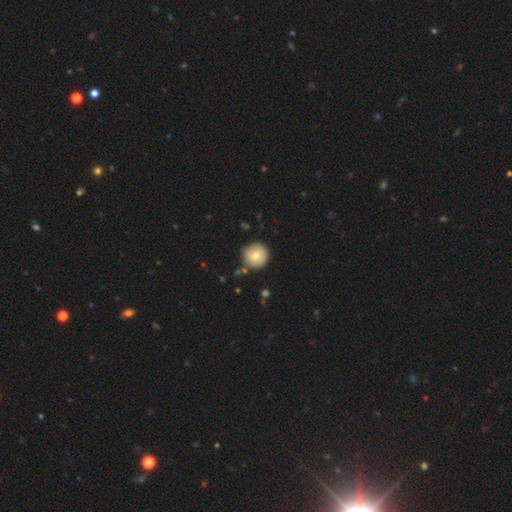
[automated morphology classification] Smooth or featured? Predicted: smooth (p=0.71). How rounded? Predicted: round (p=0.95). Merging? Predicted: none (p=0.83).